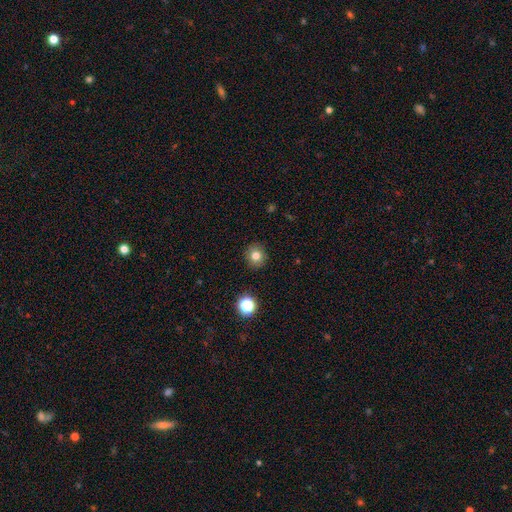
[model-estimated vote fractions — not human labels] smooth 78%, star or artifact 14%, featured or disk 9%. Down the decision tree: how rounded — round (89%); merging — none (90%).